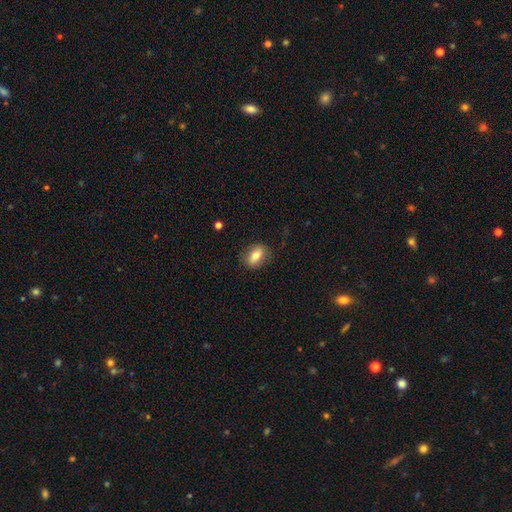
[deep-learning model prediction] This appears to be a smooth galaxy with no disk features (77%) that is in between round and cigar-shaped (81%). Merging: none (82%).